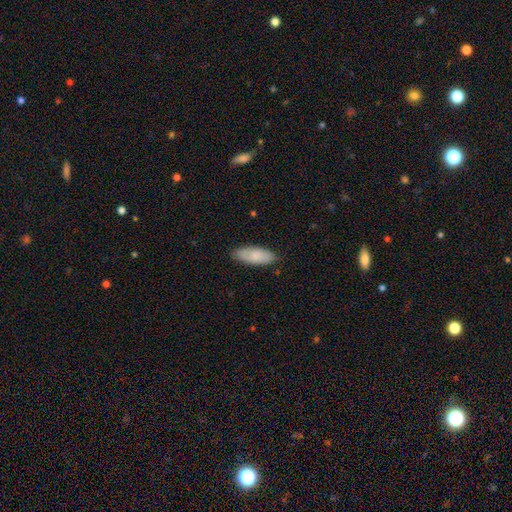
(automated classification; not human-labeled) smooth_or_featured: smooth (p=0.83) [alt: featured or disk p=0.11]
how_rounded: in between (p=0.75) [alt: cigar-shaped p=0.24]
merging: none (p=0.83) [alt: minor disturbance p=0.14]